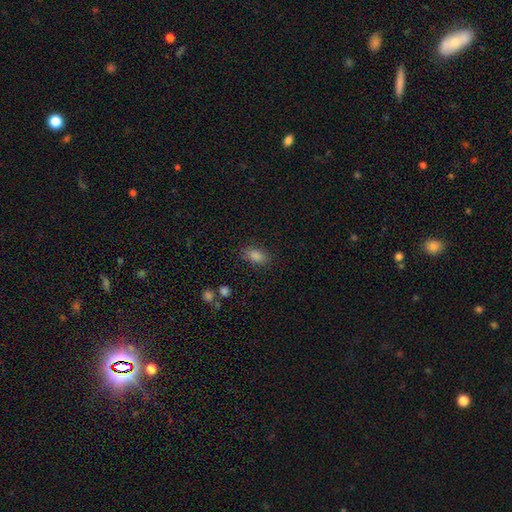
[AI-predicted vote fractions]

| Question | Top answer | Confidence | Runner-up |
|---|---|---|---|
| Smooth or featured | smooth | 81% | star or artifact (13%) |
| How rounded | in between | 84% | round (13%) |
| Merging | none | 84% | minor disturbance (11%) |